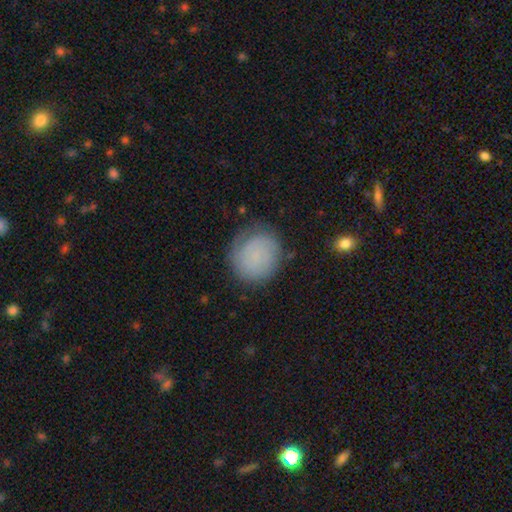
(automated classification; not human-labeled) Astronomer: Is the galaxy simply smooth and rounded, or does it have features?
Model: smooth — 59%.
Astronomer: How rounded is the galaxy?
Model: round — 80%.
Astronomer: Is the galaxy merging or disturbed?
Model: none — 74%.